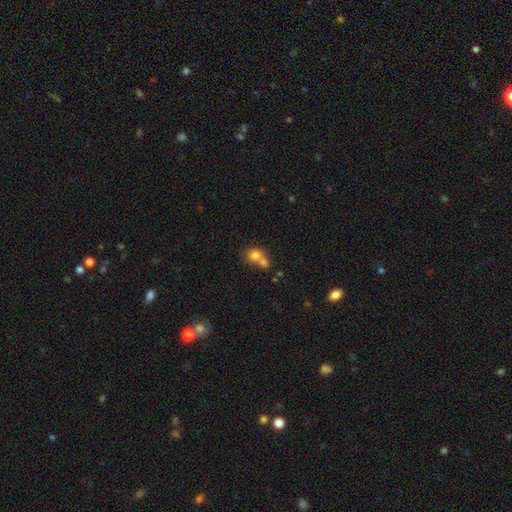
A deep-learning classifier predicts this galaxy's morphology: smooth-or-featured: smooth: 75% | featured or disk: 14% | star or artifact: 11%
  how-rounded: round: 71% | in between: 28% | cigar-shaped: 1%
  merging: merger: 61% | none: 29% | minor disturbance: 6% | major disturbance: 3%